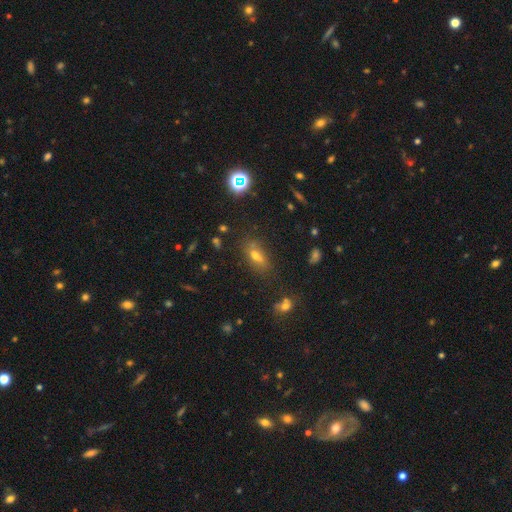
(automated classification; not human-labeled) Smooth or featured? smooth (55%)
How rounded? in between (69%)
Merging? none (72%)